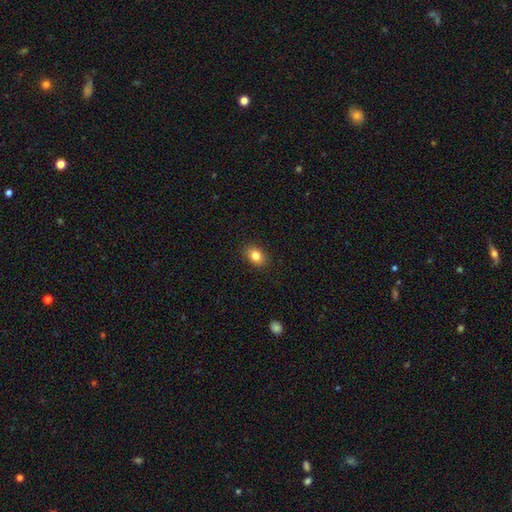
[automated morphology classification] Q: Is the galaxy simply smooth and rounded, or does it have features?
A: smooth — 83%.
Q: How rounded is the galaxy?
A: in between — 73%.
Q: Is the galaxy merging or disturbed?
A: none — 88%.